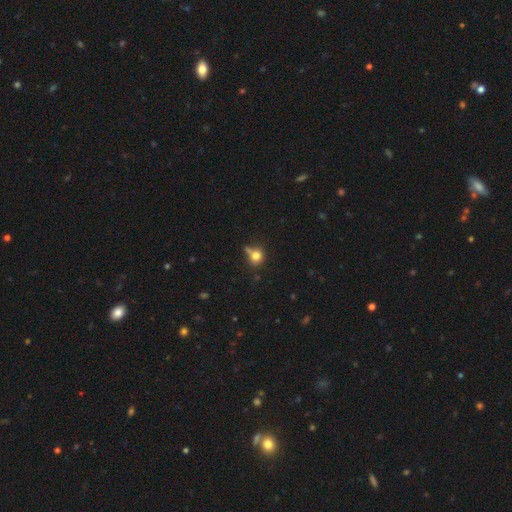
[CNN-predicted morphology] Overall: smooth (77%). How rounded: round (75%). Merging: none (54%; minor disturbance 21%).